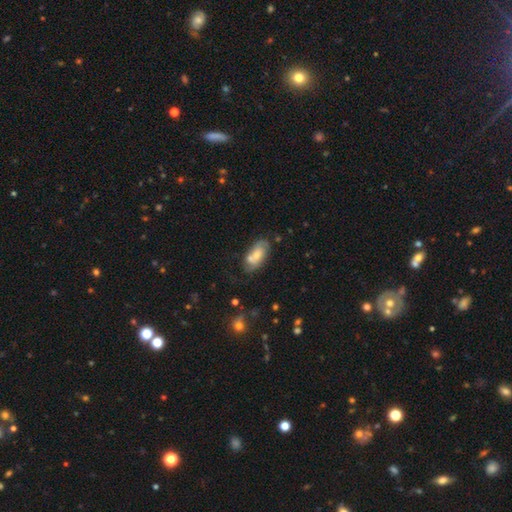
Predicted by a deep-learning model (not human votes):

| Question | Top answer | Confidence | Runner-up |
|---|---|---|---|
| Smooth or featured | smooth | 56% | featured or disk (36%) |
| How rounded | in between | 88% | cigar-shaped (8%) |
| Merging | none | 49% | minor disturbance (22%) |